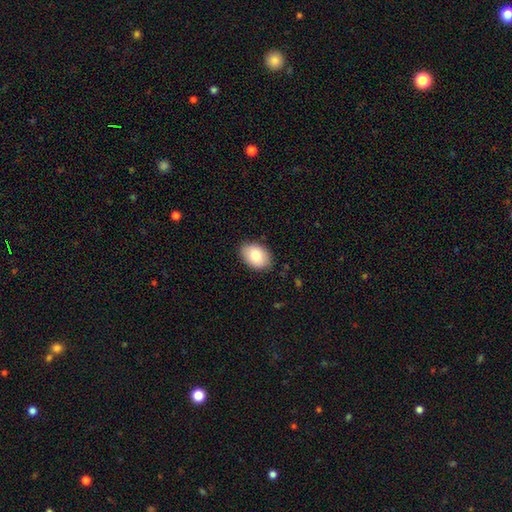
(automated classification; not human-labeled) This appears to be a smooth galaxy with no disk features (83%) that is in between round and cigar-shaped (84%). Merging: none (86%).